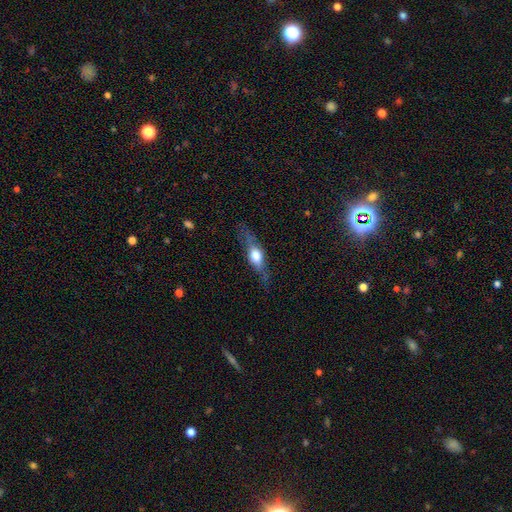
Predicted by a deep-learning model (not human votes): Smooth or featured? Predicted: featured or disk (p=0.58). Edge-on disk? Predicted: yes (p=0.89). Edge-on bulge? Predicted: rounded (p=0.89). Merging? Predicted: none (p=0.74).